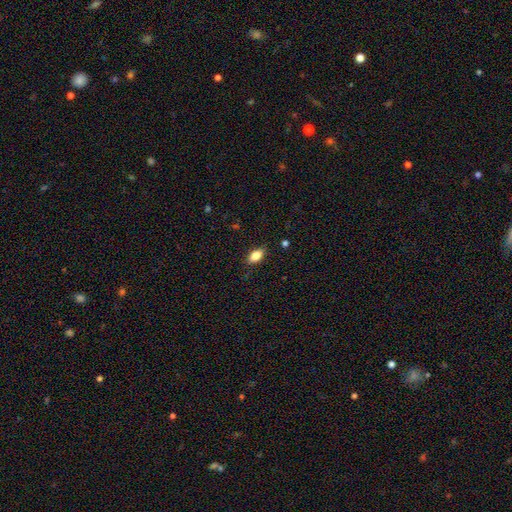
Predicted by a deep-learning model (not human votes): Morphology: type=smooth (82%); roundness=in between (88%); merging=none (84%).